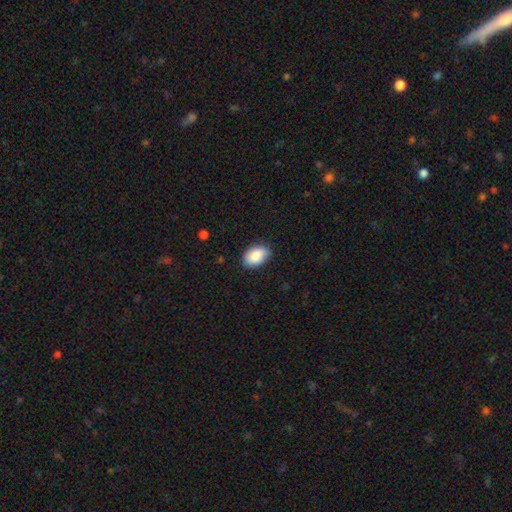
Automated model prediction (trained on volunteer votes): This appears to be a smooth galaxy with no disk features (86%) that is in between round and cigar-shaped (91%). Merging: none (82%).